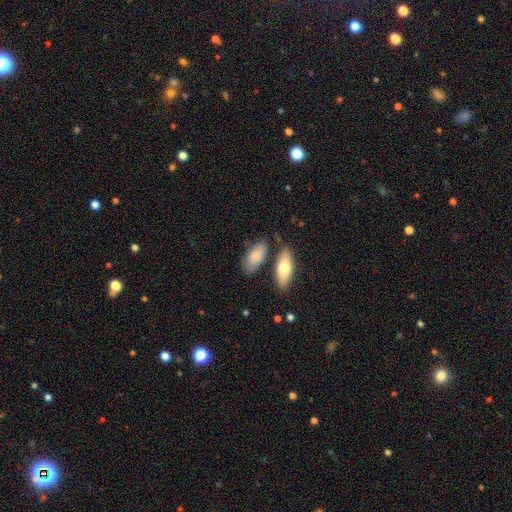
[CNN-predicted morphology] Overall: smooth (81%). How rounded: in between (88%). Merging: none (64%).